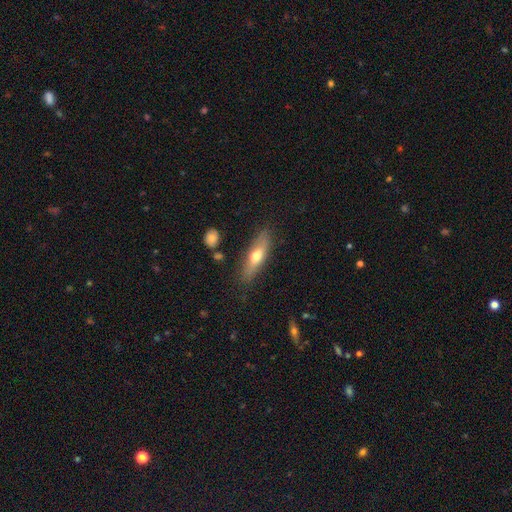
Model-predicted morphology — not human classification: Overall: smooth (58%; featured or disk 36%). How rounded: cigar-shaped (59%; in between 38%). Merging: none (82%).